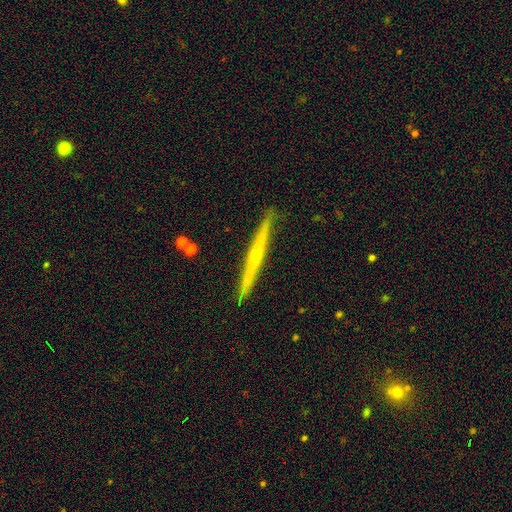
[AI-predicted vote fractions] This is likely a featured or disk galaxy (66%). It is clearly viewed edge-on (98%). Edge-on bulge: possibly none (53%). Merging: clearly none (91%).